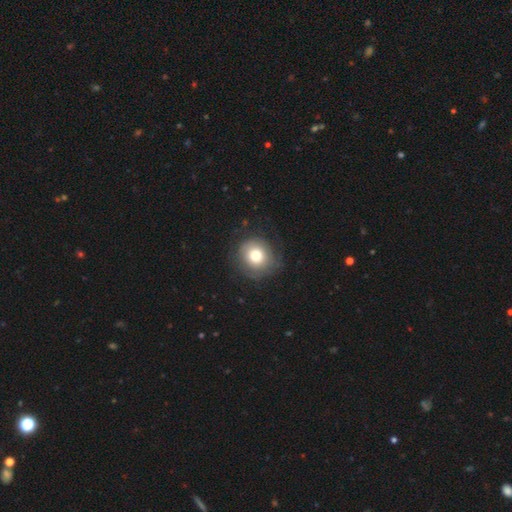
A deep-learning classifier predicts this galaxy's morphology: type=smooth (71%); roundness=round (90%); merging=none (75%).